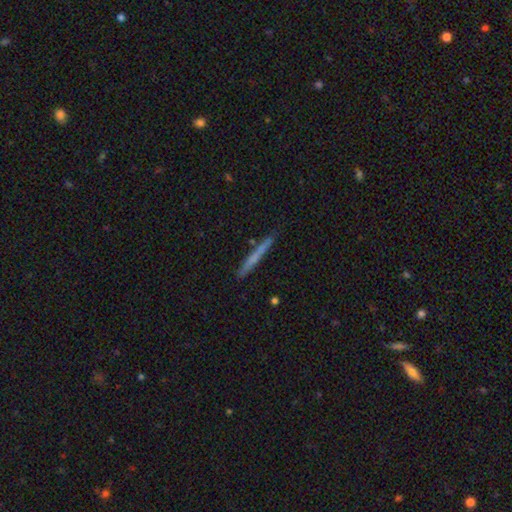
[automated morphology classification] Smooth or featured: smooth — 58% (featured or disk — 36%)
How rounded: cigar-shaped — 97% (in between — 2%)
Merging: none — 88% (minor disturbance — 9%)